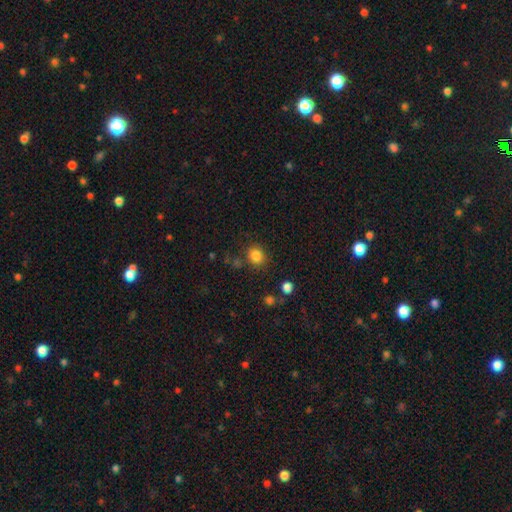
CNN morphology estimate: The model was most divided on "how rounded": round: 72%, in between: 28%, cigar-shaped: 1%. More confident: smooth or featured — smooth (84%); merging — none (79%).